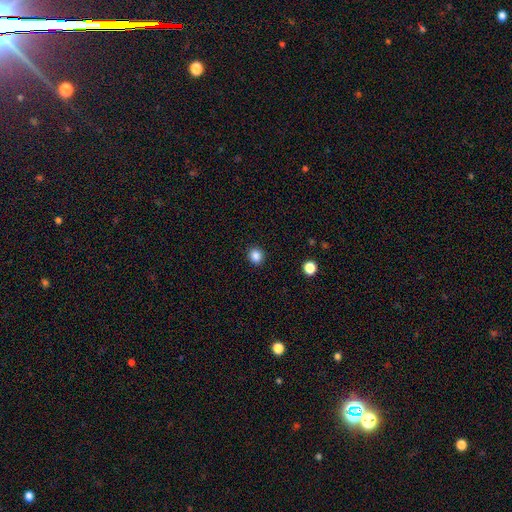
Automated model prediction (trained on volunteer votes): smooth_or_featured: smooth (p=0.86) [alt: star or artifact p=0.11]
how_rounded: round (p=0.82) [alt: in between p=0.17]
merging: none (p=0.91) [alt: minor disturbance p=0.06]